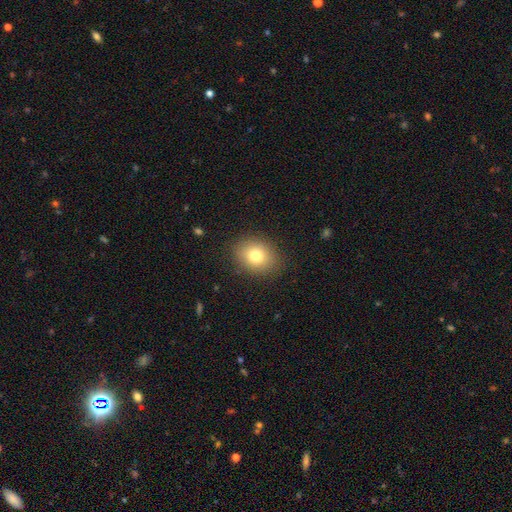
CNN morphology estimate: Smooth or featured: smooth — 78% (featured or disk — 11%)
How rounded: in between — 50% (round — 49%)
Merging: none — 87% (minor disturbance — 9%)